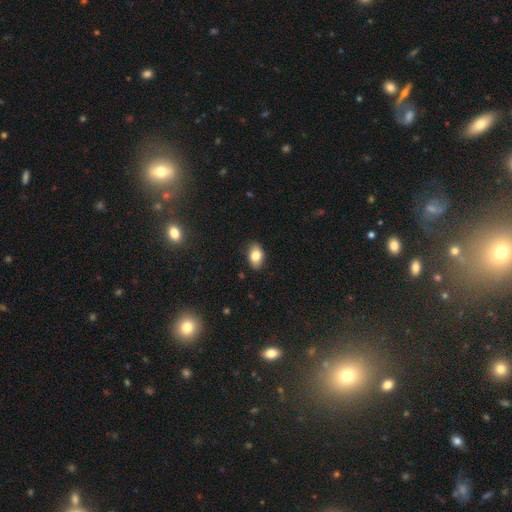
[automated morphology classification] Smooth or featured? smooth (82%)
How rounded? in between (88%)
Merging? none (86%)